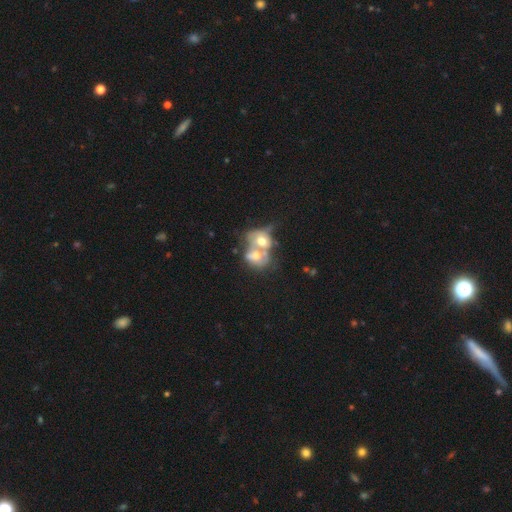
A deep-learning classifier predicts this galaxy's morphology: Smooth or featured? Predicted: smooth (p=0.50). How rounded? Predicted: in between (p=0.55). Merging? Predicted: merger (p=0.79).